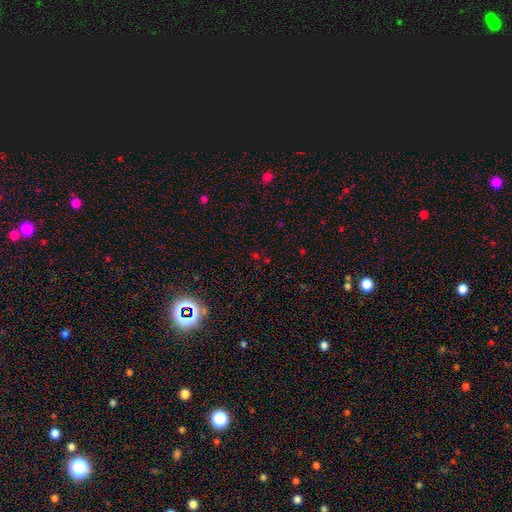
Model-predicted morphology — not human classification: Overall: star or artifact (60%; smooth 32%).